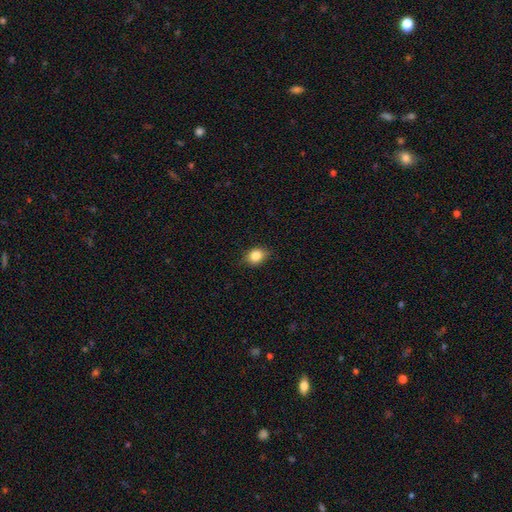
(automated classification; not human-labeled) Smooth or featured? Predicted: smooth (p=0.85). How rounded? Predicted: in between (p=0.56). Merging? Predicted: none (p=0.85).